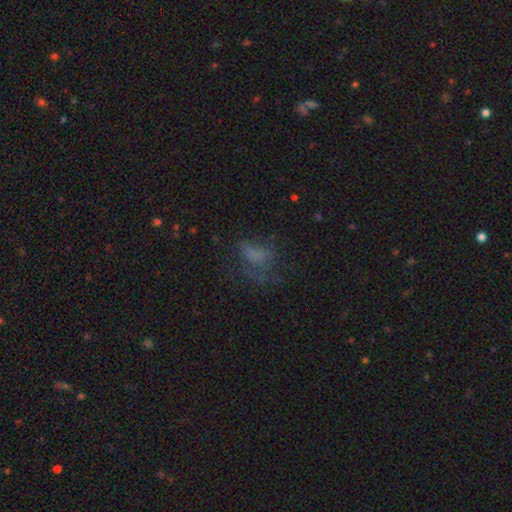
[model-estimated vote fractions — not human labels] A smooth galaxy with no disk features (52%) that is in between round and cigar-shaped (77%).

Vote fractions:
- Smooth or featured? smooth: 52% / featured or disk: 25% / star or artifact: 23%
- How rounded? in between: 77% / round: 16% / cigar-shaped: 7%
- Merging? major disturbance: 39% / none: 37% / minor disturbance: 21% / merger: 3%